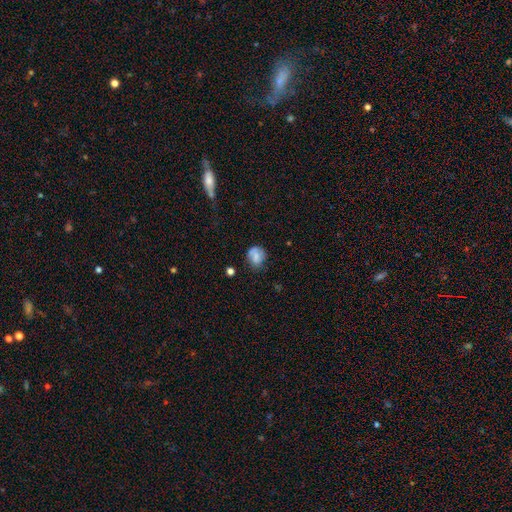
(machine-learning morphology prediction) Overall: smooth (72%). How rounded: round (61%; in between 38%). Merging: none (56%; minor disturbance 28%).